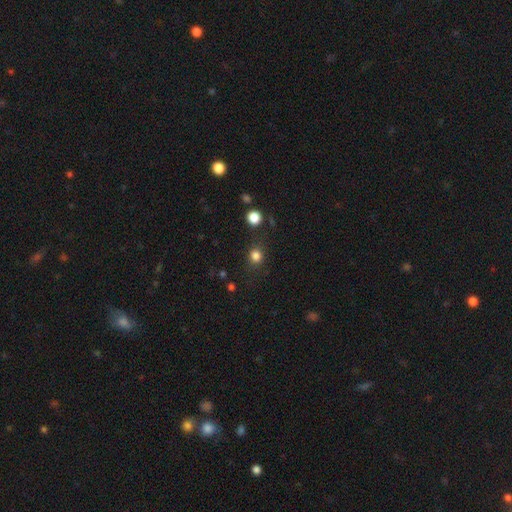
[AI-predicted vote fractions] Morphology: type=smooth (82%); roundness=round (80%); merging=none (82%).